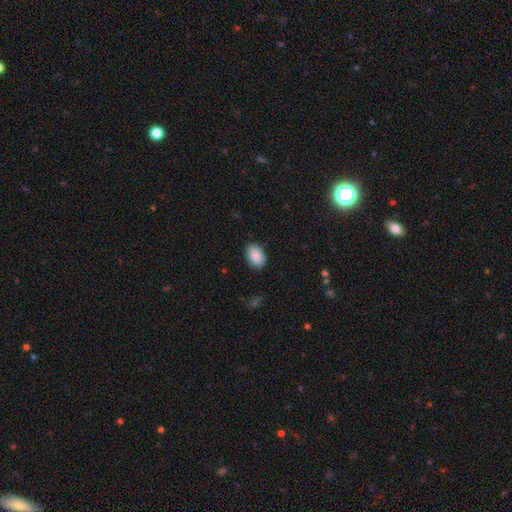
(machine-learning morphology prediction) The model was most divided on "how rounded": in between: 84%, round: 15%, cigar-shaped: 1%. More confident: smooth or featured — smooth (88%); merging — none (86%).